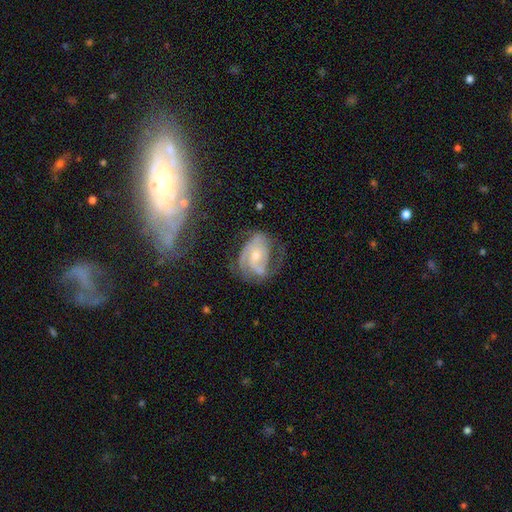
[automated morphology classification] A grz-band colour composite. It shows a featured or disk galaxy (78%) with no bar (65%), 2 (42%) tight (42%) spiral arms (90%) and a small central bulge (53%). Merging: none (45%).